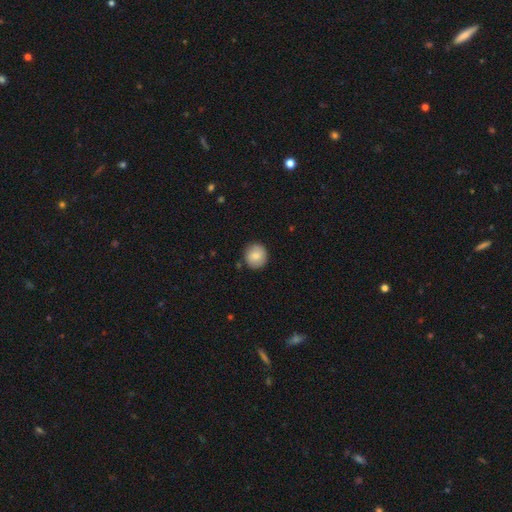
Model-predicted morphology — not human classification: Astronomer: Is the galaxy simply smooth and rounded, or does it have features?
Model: smooth — 82%.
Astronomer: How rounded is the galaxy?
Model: round — 90%.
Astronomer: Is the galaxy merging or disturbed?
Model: none — 88%.